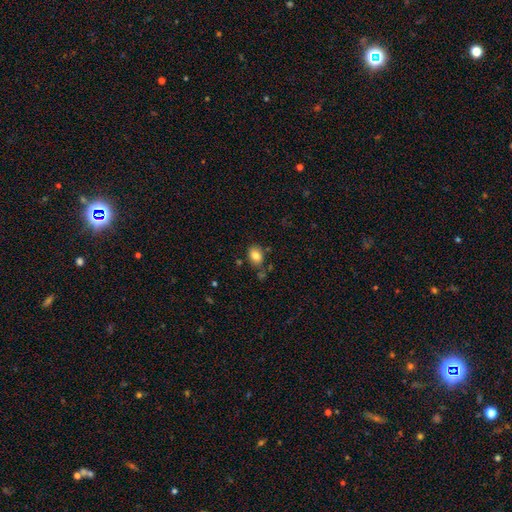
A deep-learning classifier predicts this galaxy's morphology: Smooth or featured? smooth (83%)
How rounded? in between (69%)
Merging? none (74%)